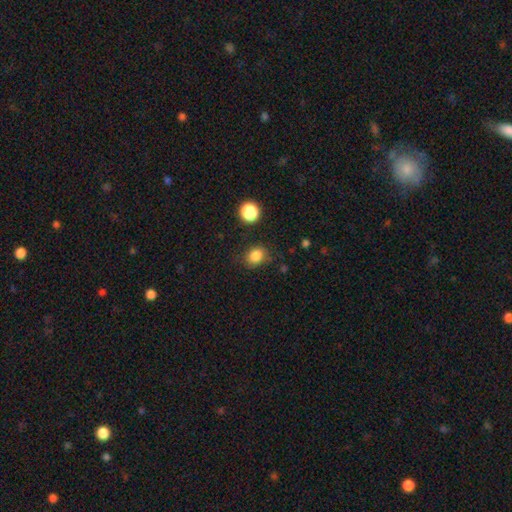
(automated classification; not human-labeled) Smooth or featured? Predicted: smooth (p=0.84). How rounded? Predicted: round (p=0.63). Merging? Predicted: none (p=0.78).